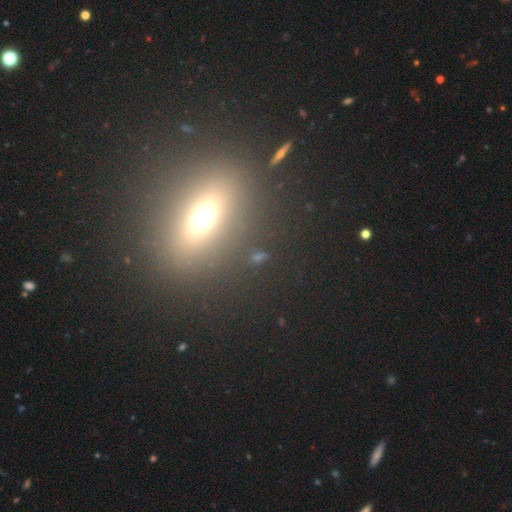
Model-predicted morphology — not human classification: A smooth galaxy with no disk features (51%) that is in between round and cigar-shaped (61%).

Vote fractions:
- Smooth or featured? smooth: 51% / star or artifact: 27% / featured or disk: 23%
- How rounded? in between: 61% / round: 25% / cigar-shaped: 15%
- Merging? none: 86% / minor disturbance: 7% / major disturbance: 4% / merger: 3%